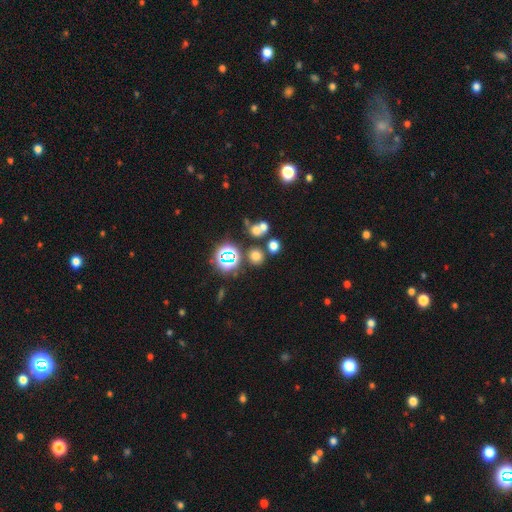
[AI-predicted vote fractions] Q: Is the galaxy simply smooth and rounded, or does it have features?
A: smooth — 63%.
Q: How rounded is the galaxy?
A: round — 82%.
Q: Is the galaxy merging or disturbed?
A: none — 71%.